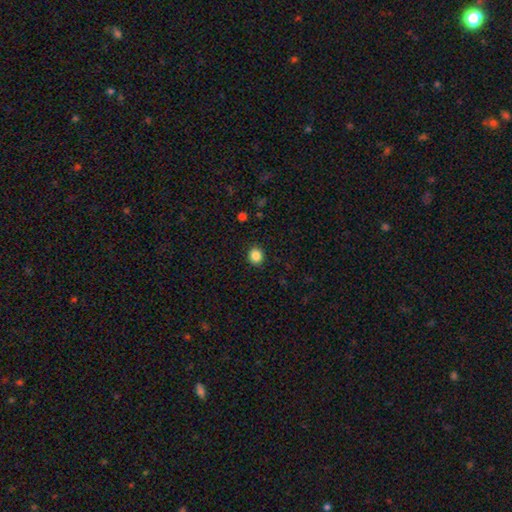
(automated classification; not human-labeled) Smooth or featured? Predicted: smooth (p=0.86). How rounded? Predicted: round (p=0.80). Merging? Predicted: none (p=0.90).